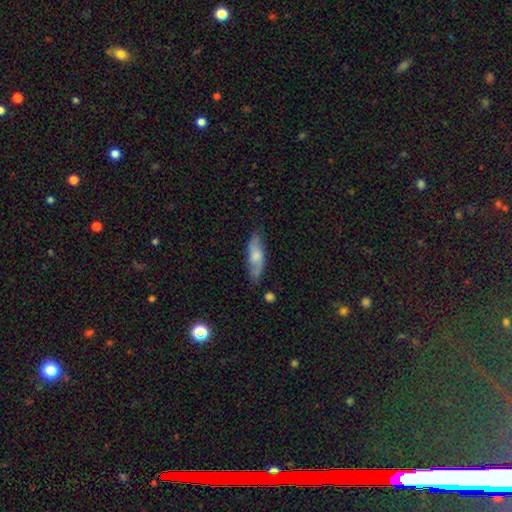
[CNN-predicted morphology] smooth-or-featured: smooth: 59% | featured or disk: 35% | star or artifact: 6%
  how-rounded: in between: 53% | cigar-shaped: 45% | round: 2%
  merging: none: 75% | minor disturbance: 19% | major disturbance: 4% | merger: 2%